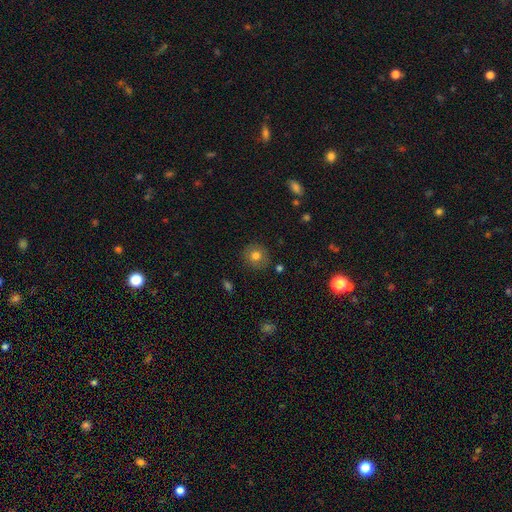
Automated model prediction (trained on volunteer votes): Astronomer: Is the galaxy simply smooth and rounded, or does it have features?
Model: smooth — 77%.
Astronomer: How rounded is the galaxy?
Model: round — 91%.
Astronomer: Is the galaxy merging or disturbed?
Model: none — 87%.